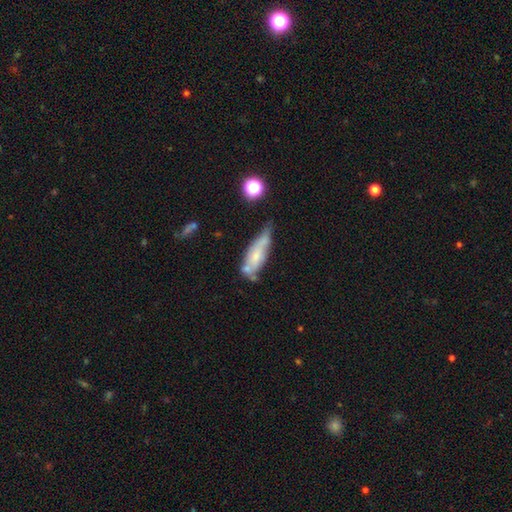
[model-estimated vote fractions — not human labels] Smooth or featured? Predicted: featured or disk (p=0.45). Merging? Predicted: none (p=0.37).